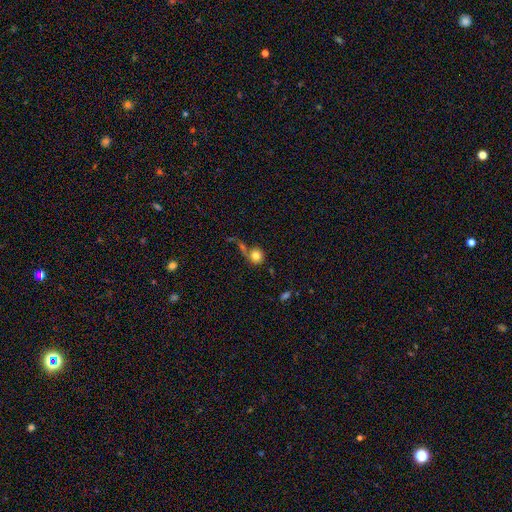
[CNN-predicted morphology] smooth 79%, featured or disk 12%, star or artifact 10%. Down the decision tree: how rounded — round (85%); merging — none (46%).